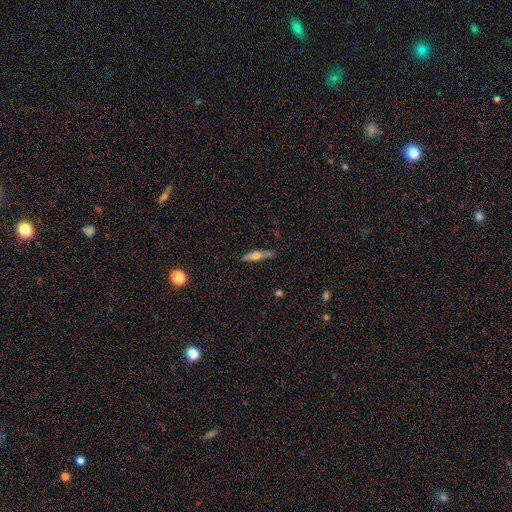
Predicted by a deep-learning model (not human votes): Q: Smooth or featured?
A: featured or disk (48%); runner-up: smooth (45%)
Q: Merging?
A: none (82%); runner-up: minor disturbance (14%)